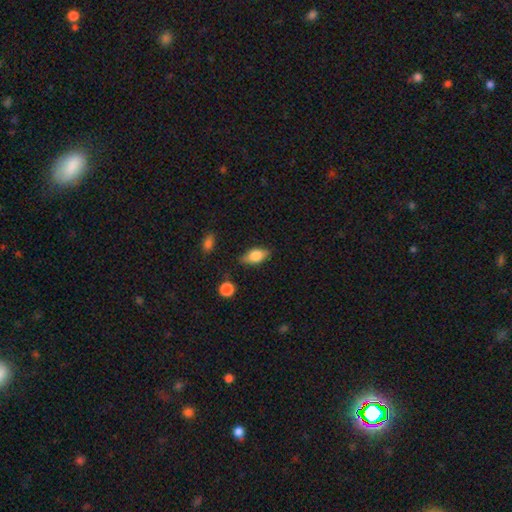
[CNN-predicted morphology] Smooth or featured: smooth — 69% (featured or disk — 23%)
How rounded: in between — 83% (cigar-shaped — 10%)
Merging: none — 77% (minor disturbance — 16%)